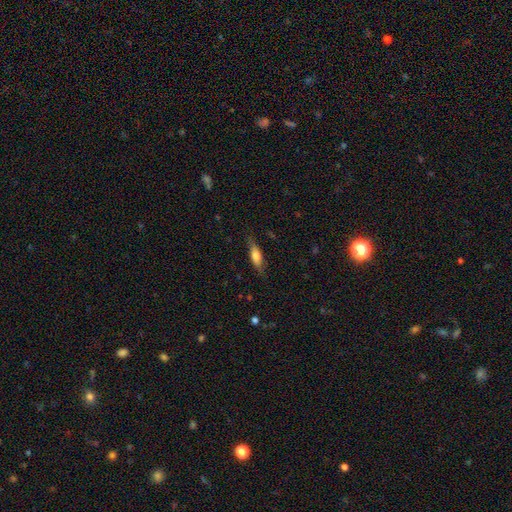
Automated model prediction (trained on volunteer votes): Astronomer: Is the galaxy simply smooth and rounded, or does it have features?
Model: smooth — 63%.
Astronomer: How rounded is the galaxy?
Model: cigar-shaped — 53% (runner-up: in between, 45%).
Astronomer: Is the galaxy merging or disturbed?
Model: none — 78%.